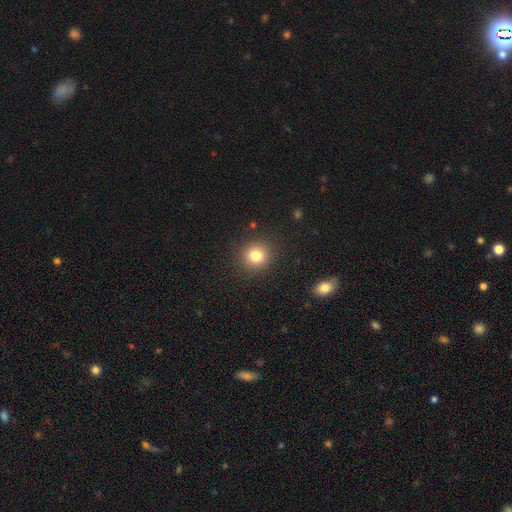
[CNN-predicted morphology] Smooth or featured: smooth — 81% (star or artifact — 12%)
How rounded: round — 89% (in between — 10%)
Merging: none — 89% (minor disturbance — 7%)